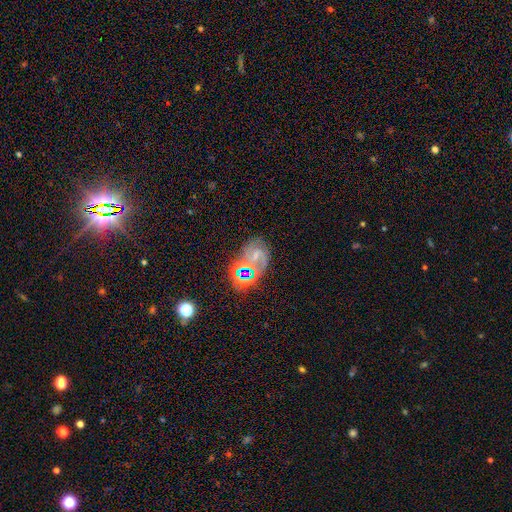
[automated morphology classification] Smooth or featured?
  - featured or disk: 56% *
  - star or artifact: 24%
  - smooth: 20%
Edge-on disk?
  - no: 98% *
  - yes: 2%
Bar?
  - weak: 46% *
  - no: 28%
  - strong: 26%
Spiral arms?
  - yes: 87% *
  - no: 13%
Bulge size?
  - small: 49% *
  - moderate: 30%
  - none: 15%
  - large: 5%
  - dominant: 2%
Merging?
  - none: 52% *
  - merger: 18%
  - minor disturbance: 17%
  - major disturbance: 12%